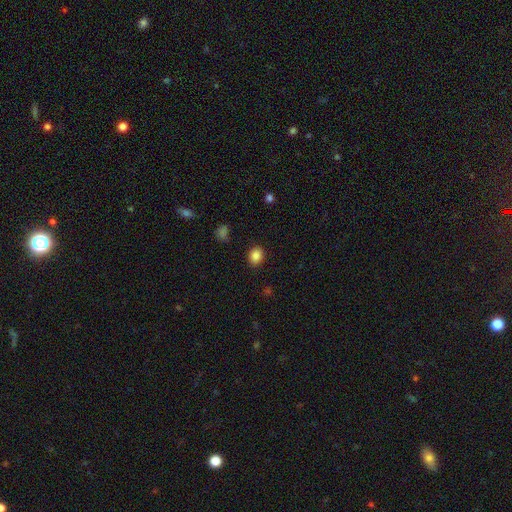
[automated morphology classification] Overall: smooth (86%). How rounded: round (55%; in between 44%). Merging: none (88%).